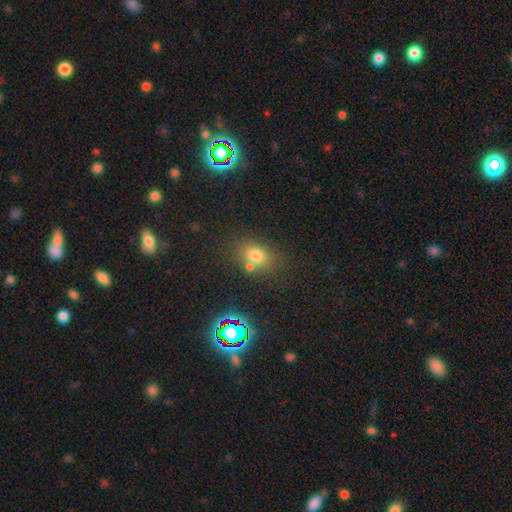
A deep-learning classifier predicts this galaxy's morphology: Smooth or featured? Predicted: smooth (p=0.71). How rounded? Predicted: in between (p=0.61). Merging? Predicted: none (p=0.63).